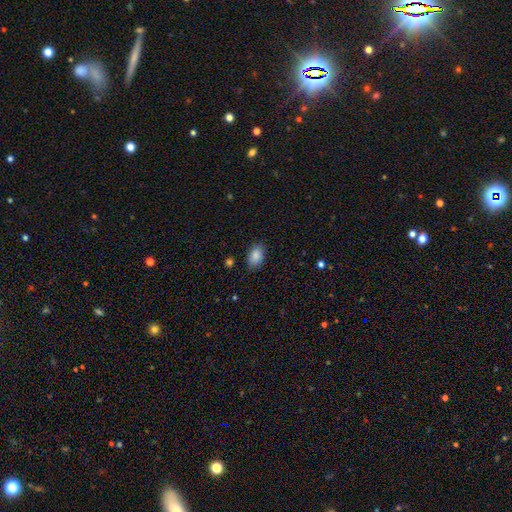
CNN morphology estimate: A smooth galaxy with no disk features (87%) that is in between round and cigar-shaped (87%). Merging: none (81%).